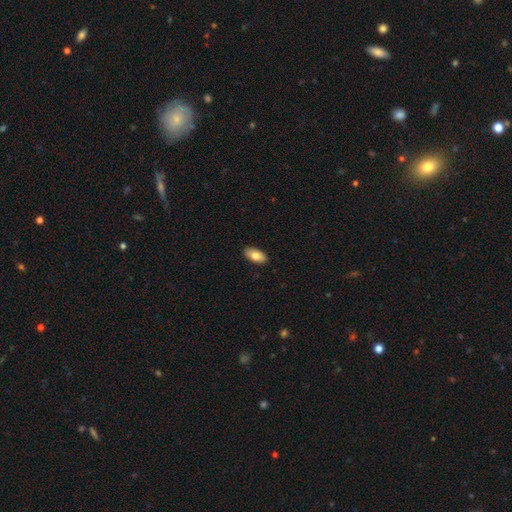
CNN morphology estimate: Smooth or featured? Predicted: smooth (p=0.82). How rounded? Predicted: in between (p=0.93). Merging? Predicted: none (p=0.90).